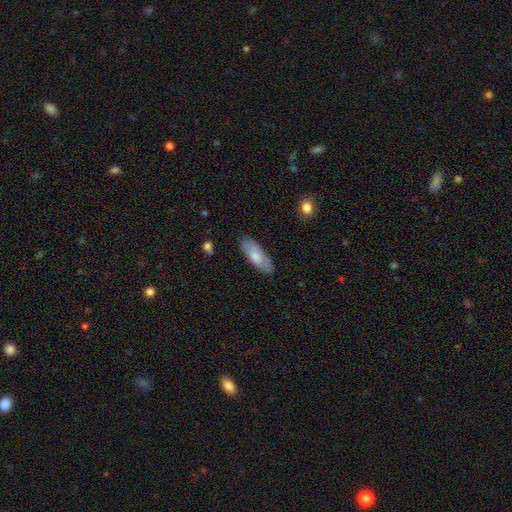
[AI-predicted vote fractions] Smooth or featured? Predicted: smooth (p=0.71). How rounded? Predicted: in between (p=0.72). Merging? Predicted: none (p=0.82).